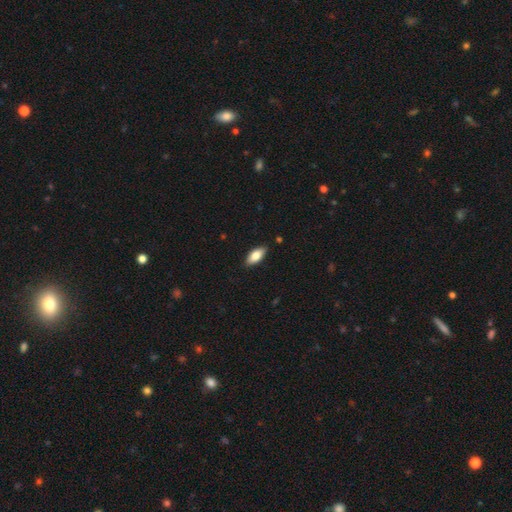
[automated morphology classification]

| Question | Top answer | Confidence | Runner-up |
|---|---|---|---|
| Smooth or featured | smooth | 79% | featured or disk (14%) |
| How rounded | in between | 87% | cigar-shaped (11%) |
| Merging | none | 87% | minor disturbance (10%) |